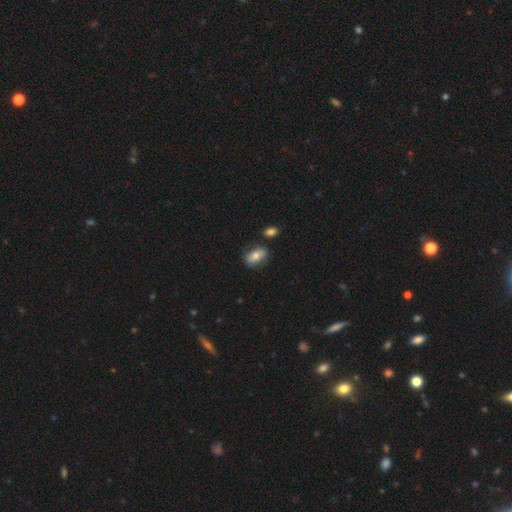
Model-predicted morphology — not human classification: Smooth or featured? smooth (67%)
How rounded? in between (84%)
Merging? none (72%)